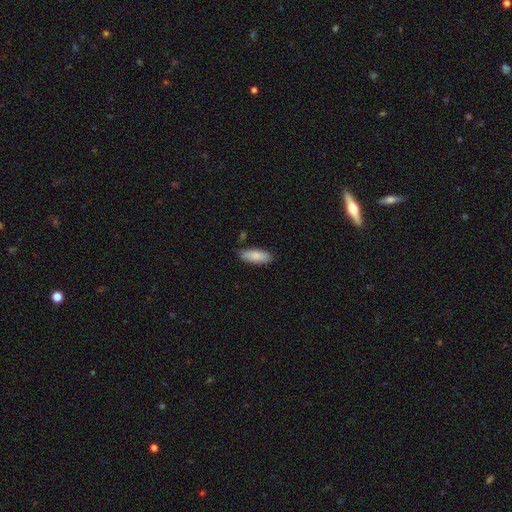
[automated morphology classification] Q: Smooth or featured?
A: smooth (85%); runner-up: featured or disk (9%)
Q: How rounded?
A: in between (71%); runner-up: cigar-shaped (28%)
Q: Merging?
A: none (81%); runner-up: minor disturbance (14%)